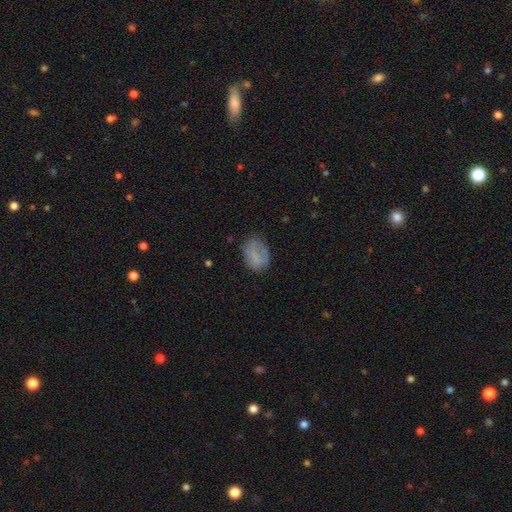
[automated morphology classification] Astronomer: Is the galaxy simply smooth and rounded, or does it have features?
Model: smooth — 68%.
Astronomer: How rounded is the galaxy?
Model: in between — 70%.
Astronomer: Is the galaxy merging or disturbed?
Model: none — 64%.